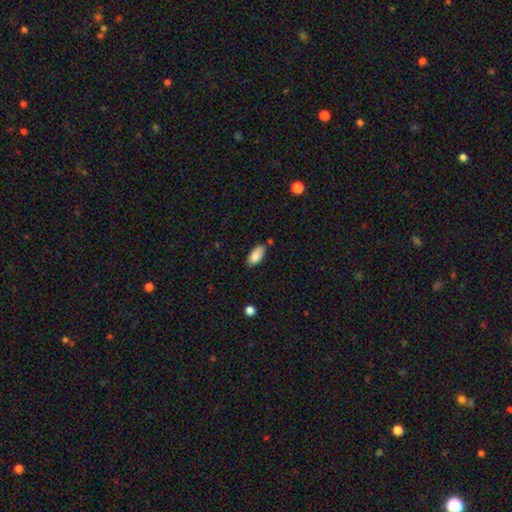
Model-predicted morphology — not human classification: Smooth or featured? Predicted: smooth (p=0.86). How rounded? Predicted: in between (p=0.92). Merging? Predicted: none (p=0.70).